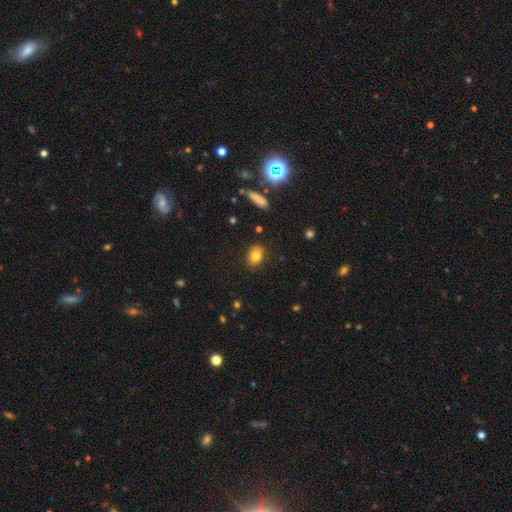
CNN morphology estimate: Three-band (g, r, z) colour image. It shows a smooth galaxy with no disk features (82%) that is in between round and cigar-shaped (74%). Merging: none (86%).